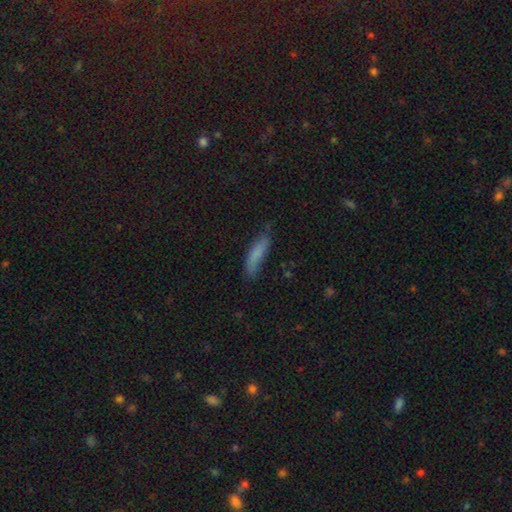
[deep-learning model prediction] smooth 79%, featured or disk 15%, star or artifact 6%. Down the decision tree: how rounded — cigar-shaped (69%); merging — none (63%).